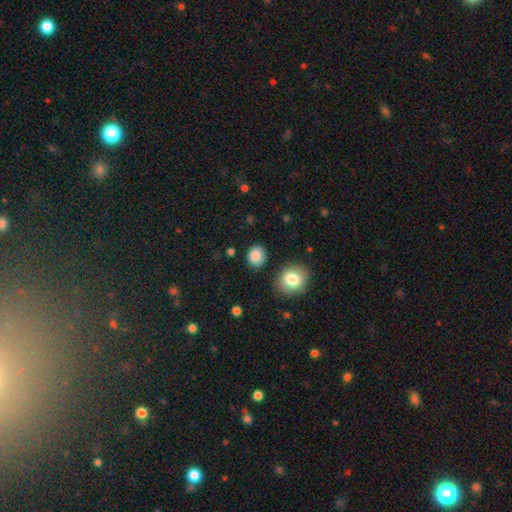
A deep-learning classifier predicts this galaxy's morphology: The model was most divided on "how rounded": round: 72%, in between: 27%, cigar-shaped: 1%. More confident: smooth or featured — smooth (86%); merging — none (85%).